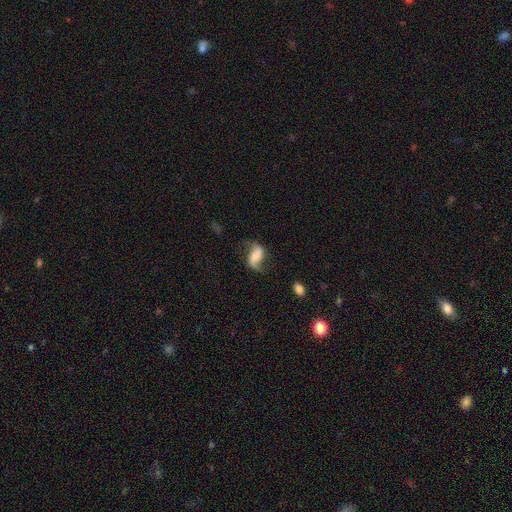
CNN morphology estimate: This is likely a featured or disk galaxy (76%). It is clearly not viewed edge-on (96%). Bar: marginally no (41%). Spiral arm pattern: clearly yes (94%). Spiral arm count: clearly 2 (90%). Spiral winding: likely loose (76%). Central bulge: marginally moderate (35%). Merging: likely none (65%).